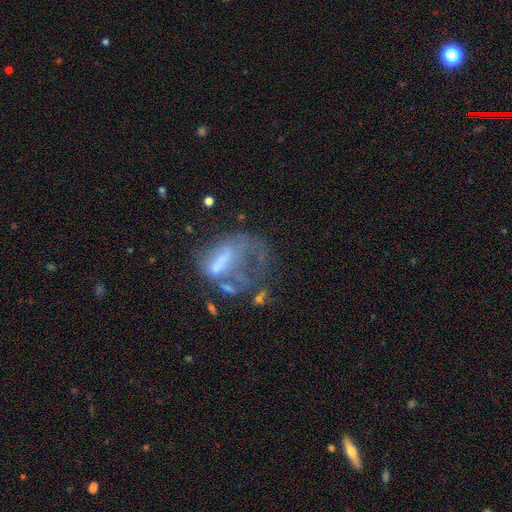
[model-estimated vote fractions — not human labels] Q: Smooth or featured?
A: featured or disk (54%); runner-up: smooth (28%)
Q: Edge-on disk?
A: no (95%); runner-up: yes (5%)
Q: Bar?
A: no (62%); runner-up: weak (25%)
Q: Spiral arms?
A: no (76%); runner-up: yes (24%)
Q: Bulge size?
A: none (43%); runner-up: moderate (25%)
Q: Merging?
A: major disturbance (46%); runner-up: none (26%)